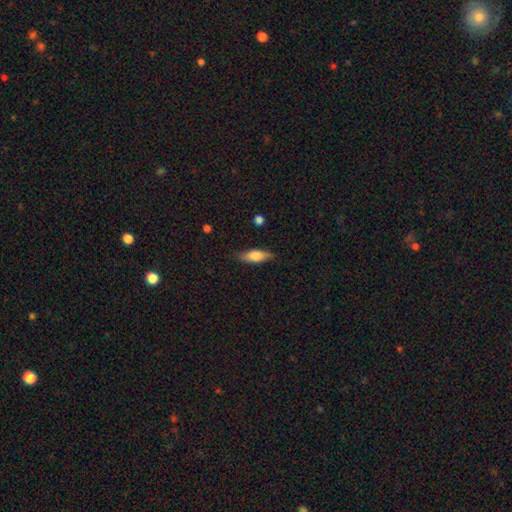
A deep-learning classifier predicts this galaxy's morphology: This appears to be a smooth galaxy with no disk features (68%) that is in between round and cigar-shaped (62%). Merging: none (84%).